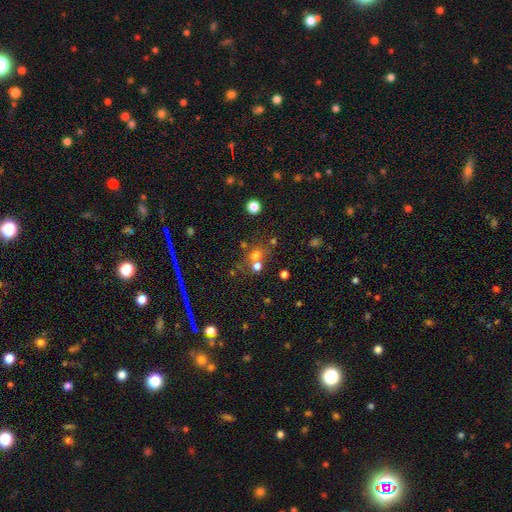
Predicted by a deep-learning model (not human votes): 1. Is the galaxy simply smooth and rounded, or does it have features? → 64% smooth, 22% star or artifact, 13% featured or disk.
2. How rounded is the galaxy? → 79% round, 19% in between, 1% cigar-shaped.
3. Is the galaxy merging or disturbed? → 54% none, 33% merger, 9% minor disturbance, 5% major disturbance.